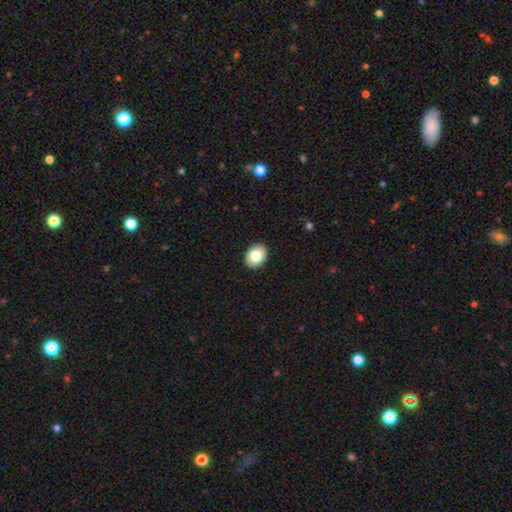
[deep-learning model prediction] Q: Smooth or featured?
A: smooth (83%); runner-up: featured or disk (10%)
Q: How rounded?
A: in between (67%); runner-up: round (32%)
Q: Merging?
A: none (91%); runner-up: minor disturbance (6%)